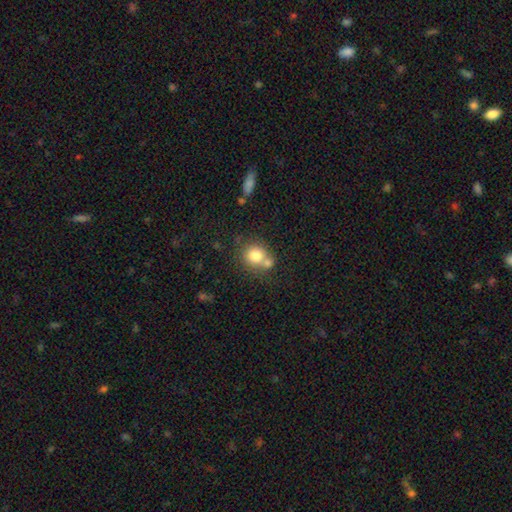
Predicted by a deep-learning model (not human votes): This is likely a smooth galaxy (78%). How rounded: clearly round (82%). Merging: possibly none (49%).